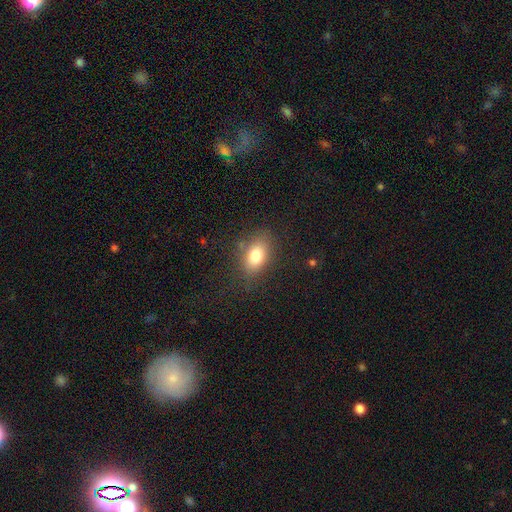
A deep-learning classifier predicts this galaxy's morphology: type=smooth (79%); roundness=in between (84%); merging=none (78%).